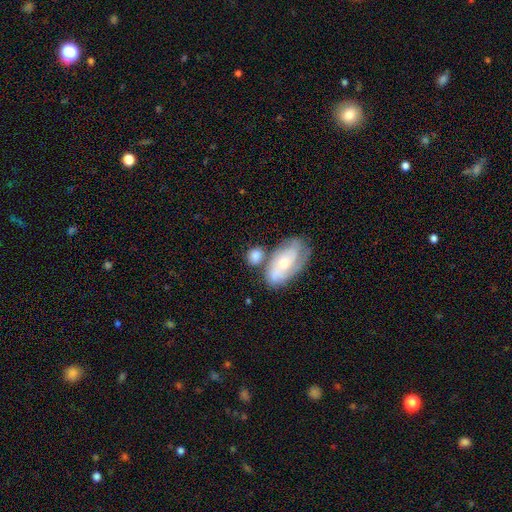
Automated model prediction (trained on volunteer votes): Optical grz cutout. It shows a smooth galaxy with no disk features (65%) that is in between round and cigar-shaped (53%). Merging: none (52%).